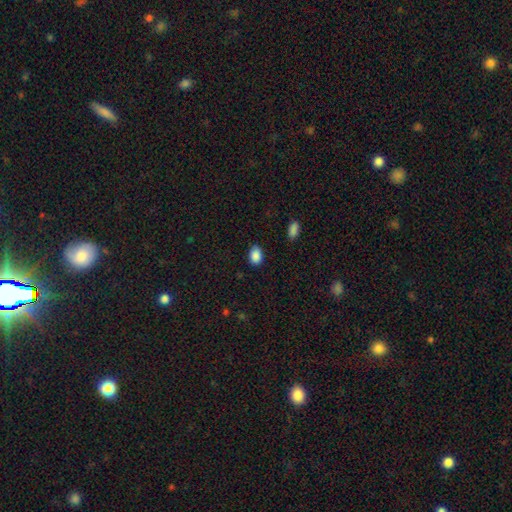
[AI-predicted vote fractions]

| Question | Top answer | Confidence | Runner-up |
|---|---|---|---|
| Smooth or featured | smooth | 88% | star or artifact (9%) |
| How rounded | in between | 82% | round (17%) |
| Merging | none | 82% | minor disturbance (14%) |